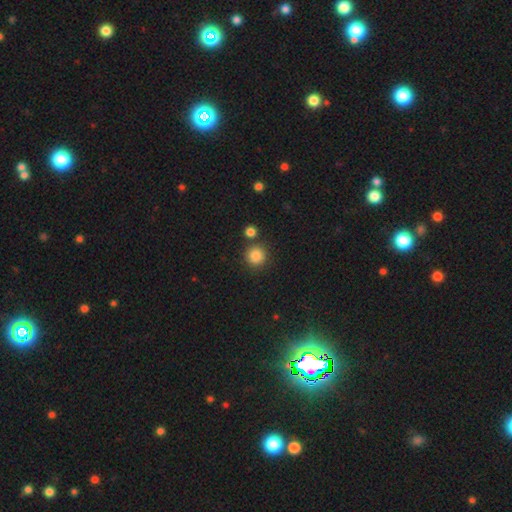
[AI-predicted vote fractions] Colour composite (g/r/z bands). It shows a smooth galaxy with no disk features (84%) that is round (93%). Merging: none (82%).